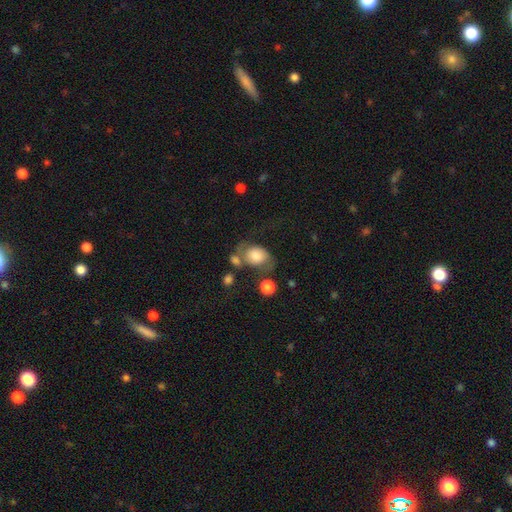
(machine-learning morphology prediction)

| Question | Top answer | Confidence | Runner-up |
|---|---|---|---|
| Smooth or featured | smooth | 65% | featured or disk (26%) |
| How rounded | in between | 59% | round (39%) |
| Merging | none | 39% | minor disturbance (24%) |